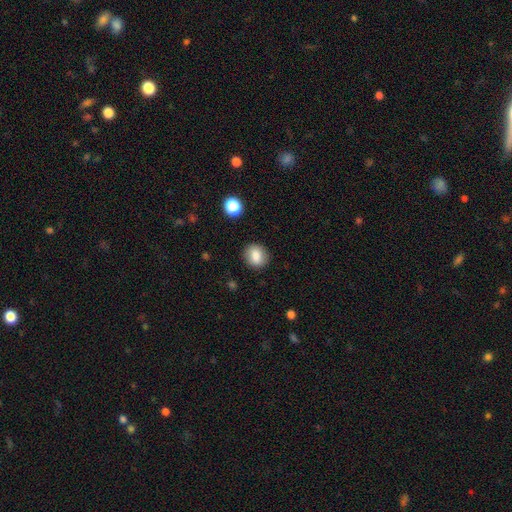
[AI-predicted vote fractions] Smooth or featured?
  - smooth: 82% *
  - star or artifact: 9%
  - featured or disk: 9%
How rounded?
  - round: 71% *
  - in between: 28%
  - cigar-shaped: 1%
Merging?
  - none: 88% *
  - minor disturbance: 8%
  - major disturbance: 3%
  - merger: 1%